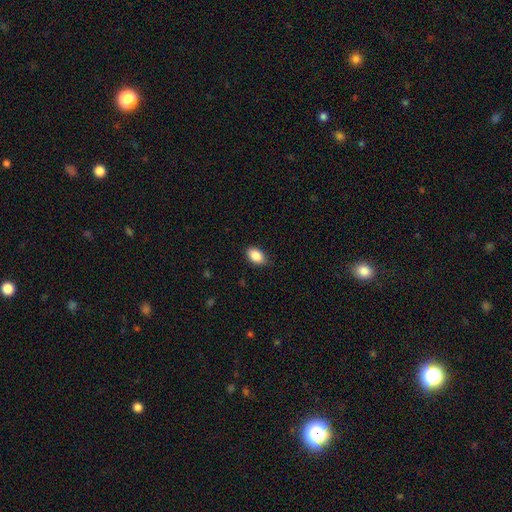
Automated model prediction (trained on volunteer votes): smooth 87%, star or artifact 8%, featured or disk 5%. Down the decision tree: how rounded — in between (90%); merging — none (83%).